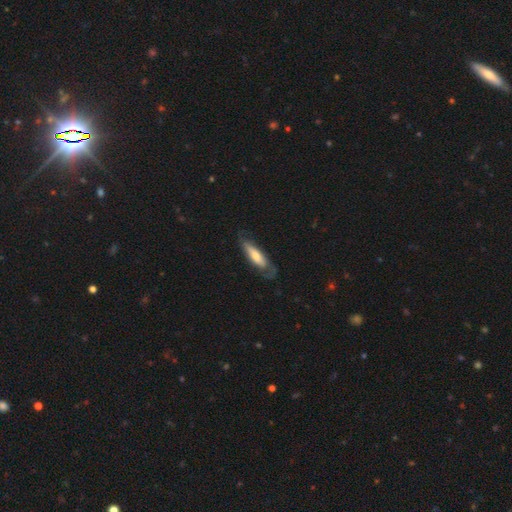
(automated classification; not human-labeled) The model was most divided on "smooth or featured": smooth: 51%, featured or disk: 44%, star or artifact: 6%. More confident: merging — none (58%); how rounded — cigar-shaped (57%).